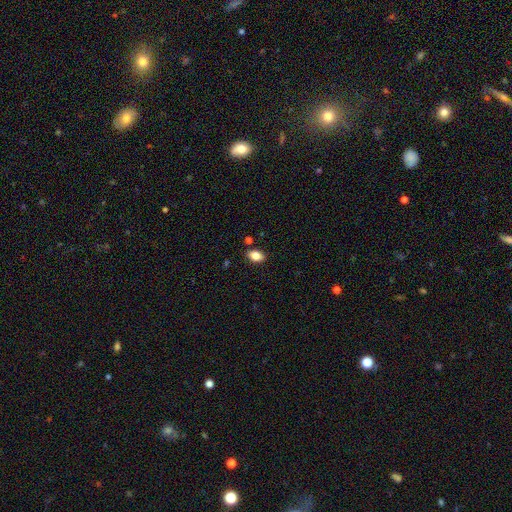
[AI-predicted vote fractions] Smooth or featured? smooth (82%)
How rounded? in between (88%)
Merging? none (85%)